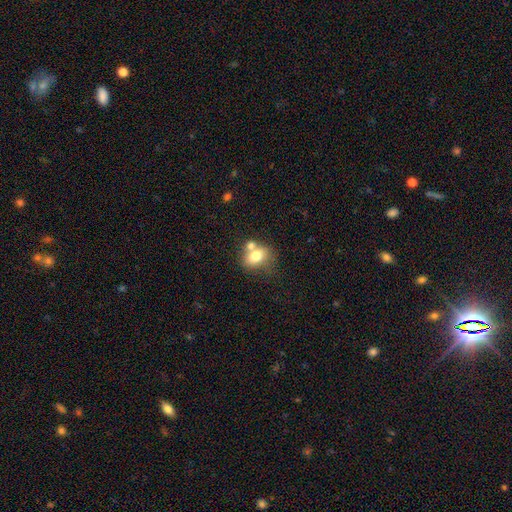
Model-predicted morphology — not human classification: smooth-or-featured: smooth: 73% | featured or disk: 17% | star or artifact: 10%
  how-rounded: in between: 62% | round: 37% | cigar-shaped: 1%
  merging: merger: 42% | none: 39% | minor disturbance: 13% | major disturbance: 6%